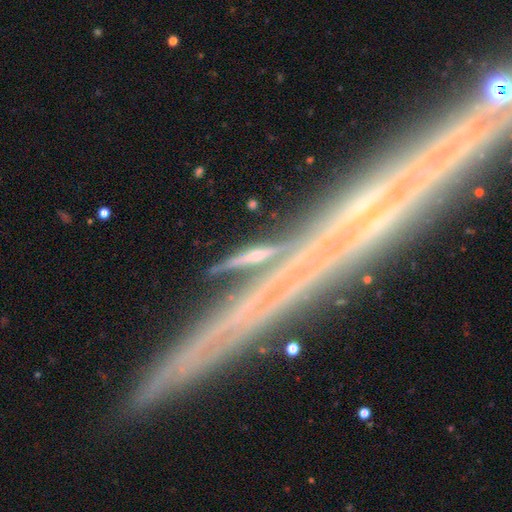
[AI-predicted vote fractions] This appears to be a featured or disk galaxy (53%) viewed edge-on (68%). Merging: none (69%).